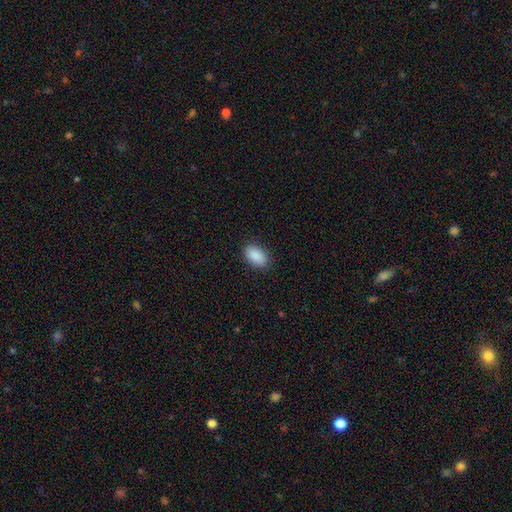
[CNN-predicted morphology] A smooth galaxy with no disk features (90%) that is in between round and cigar-shaped (93%). Merging: none (88%).